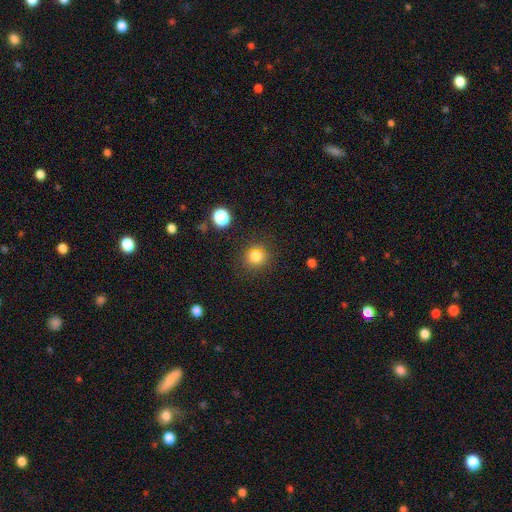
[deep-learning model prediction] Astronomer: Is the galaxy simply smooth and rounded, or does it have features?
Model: smooth — 79%.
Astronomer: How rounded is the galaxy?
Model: round — 88%.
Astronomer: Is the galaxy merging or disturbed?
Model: none — 84%.